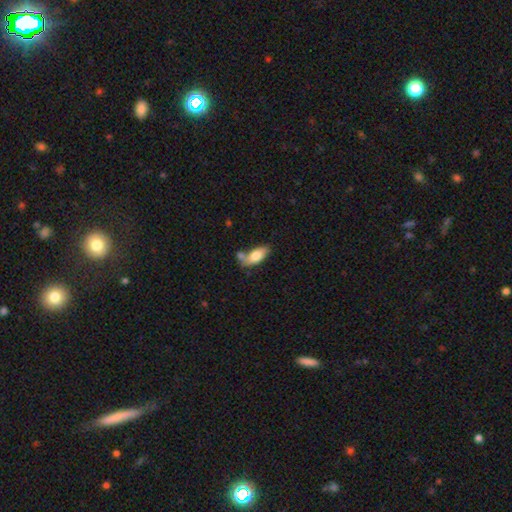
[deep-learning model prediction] Smooth or featured? Predicted: smooth (p=0.76). How rounded? Predicted: in between (p=0.84). Merging? Predicted: none (p=0.48).